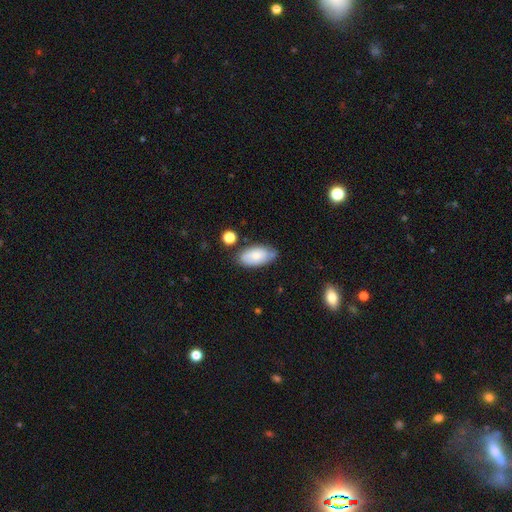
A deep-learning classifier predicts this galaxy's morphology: Smooth or featured: smooth — 71% (featured or disk — 22%)
How rounded: in between — 93% (cigar-shaped — 4%)
Merging: none — 67% (minor disturbance — 23%)